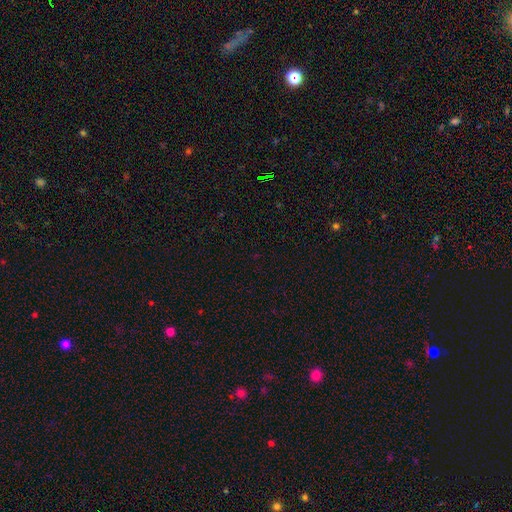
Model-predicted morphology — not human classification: Smooth or featured?
  - star or artifact: 70% *
  - smooth: 24%
  - featured or disk: 7%